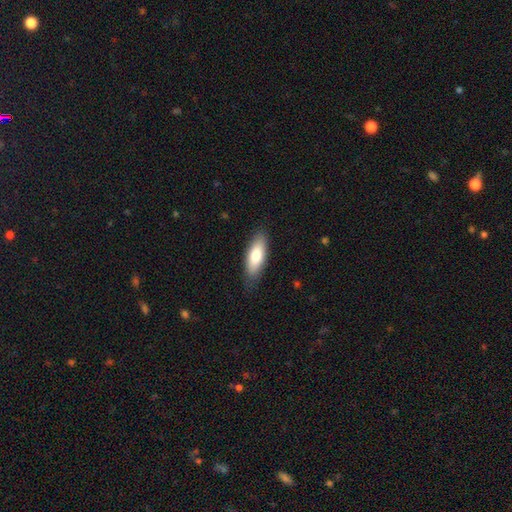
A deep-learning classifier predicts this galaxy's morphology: type=smooth (76%); roundness=in between (68%); merging=none (82%).